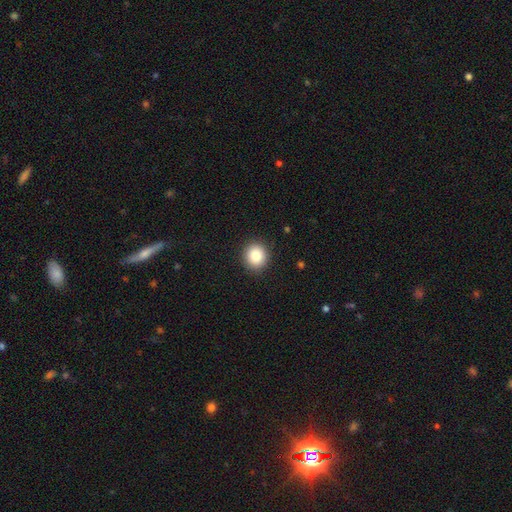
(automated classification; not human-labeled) This appears to be a smooth galaxy with no disk features (85%) that is round (86%). Merging: none (91%).